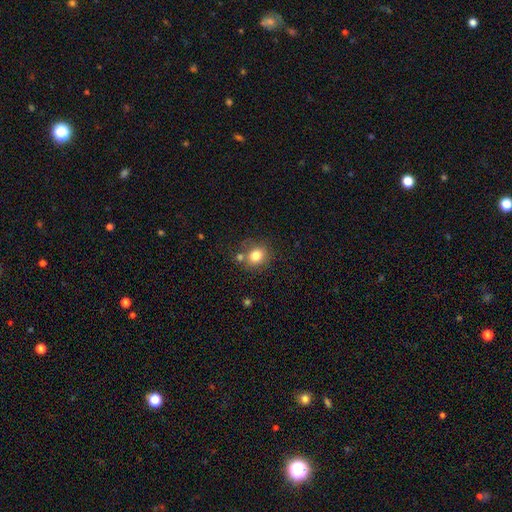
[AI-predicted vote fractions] Q: Smooth or featured?
A: smooth (79%); runner-up: star or artifact (11%)
Q: How rounded?
A: round (72%); runner-up: in between (27%)
Q: Merging?
A: none (65%); runner-up: merger (17%)